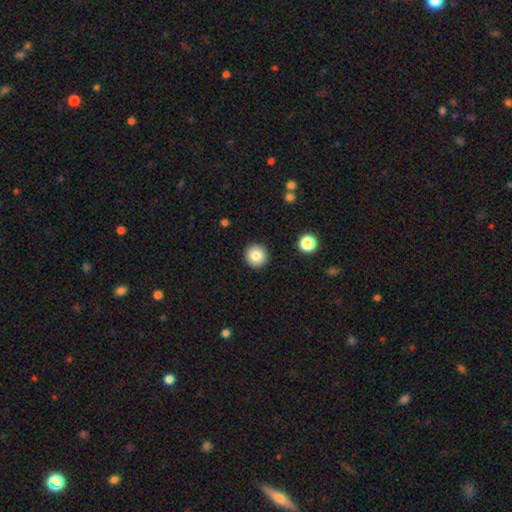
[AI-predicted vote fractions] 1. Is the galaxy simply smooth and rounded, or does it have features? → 83% smooth, 9% star or artifact, 7% featured or disk.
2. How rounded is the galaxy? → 96% round, 3% in between, 1% cigar-shaped.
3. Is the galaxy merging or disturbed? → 92% none, 5% minor disturbance, 2% major disturbance, 1% merger.